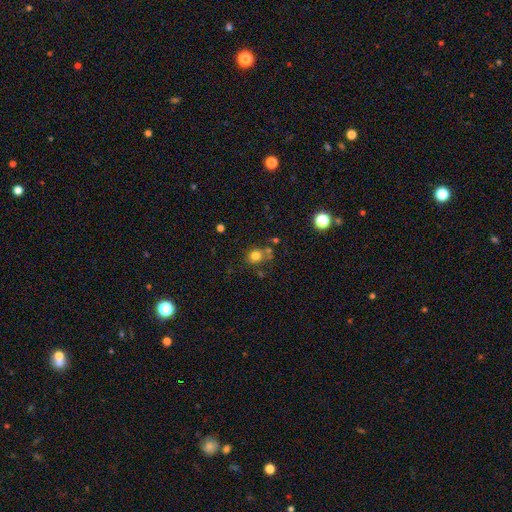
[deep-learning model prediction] Smooth or featured: smooth — 78% (star or artifact — 14%)
How rounded: round — 76% (in between — 23%)
Merging: none — 62% (merger — 17%)